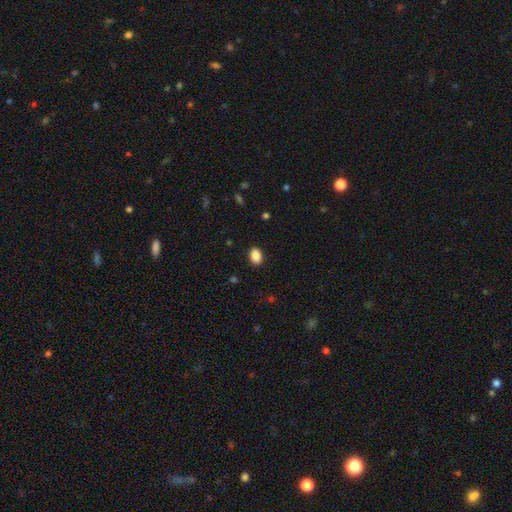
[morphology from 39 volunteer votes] smooth 90%, featured or disk 5%, star or artifact 5%. Down the decision tree: how rounded — in between (74%); merging — none (92%).